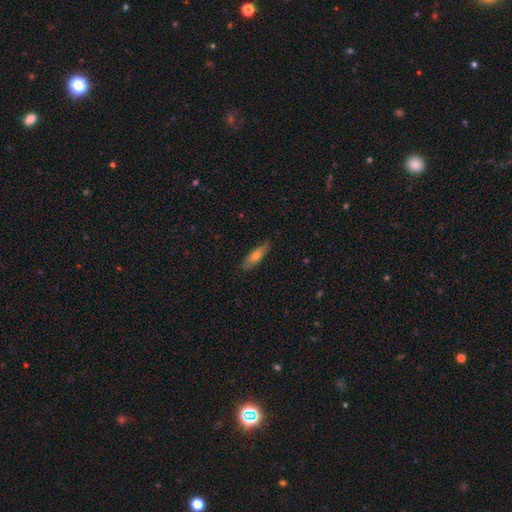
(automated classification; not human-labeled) Overall: smooth (64%; featured or disk 30%). How rounded: cigar-shaped (58%; in between 39%). Merging: none (87%).